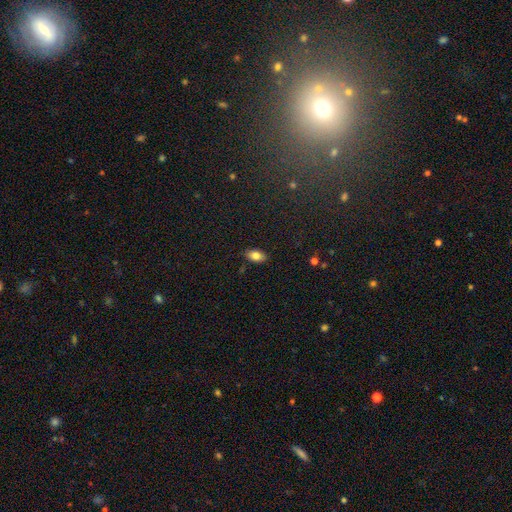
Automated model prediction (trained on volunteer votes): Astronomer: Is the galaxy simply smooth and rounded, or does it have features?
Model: smooth — 81%.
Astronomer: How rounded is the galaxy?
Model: in between — 91%.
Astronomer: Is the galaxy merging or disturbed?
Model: none — 86%.